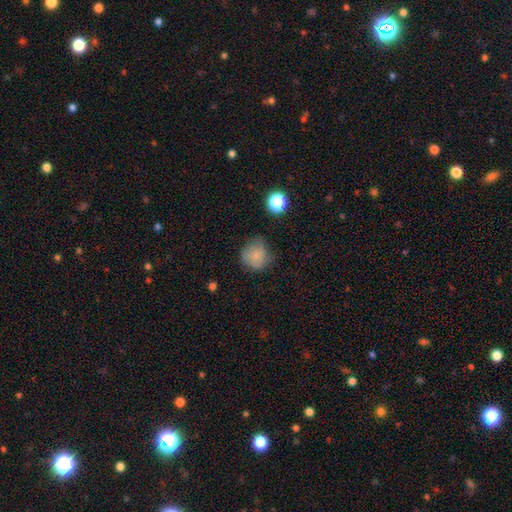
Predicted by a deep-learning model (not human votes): A smooth galaxy with no disk features (79%) that is round (86%). Merging: none (60%).